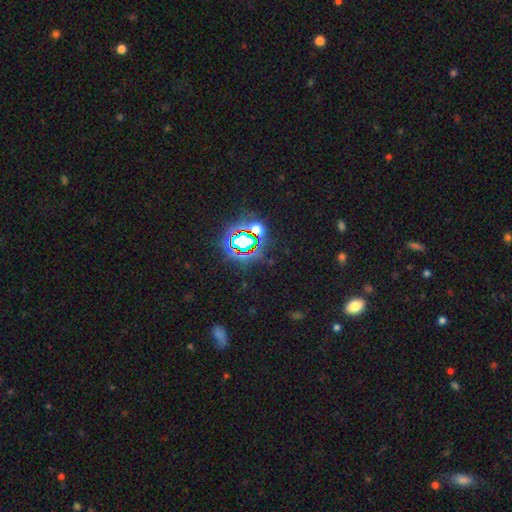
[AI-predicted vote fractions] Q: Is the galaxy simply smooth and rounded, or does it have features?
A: star or artifact — 79%.